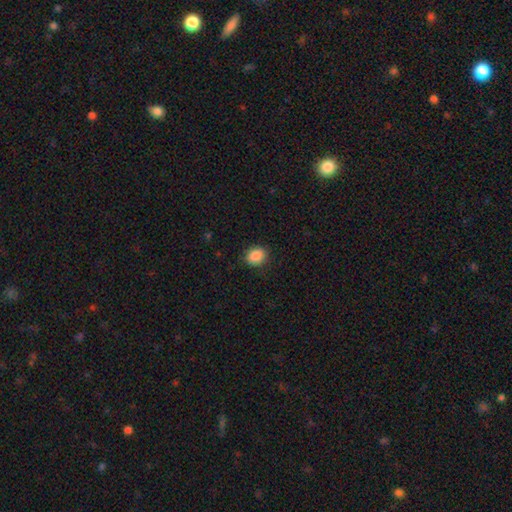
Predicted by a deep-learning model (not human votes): smooth-or-featured: smooth: 88% | star or artifact: 8% | featured or disk: 4%
  how-rounded: in between: 53% | round: 46% | cigar-shaped: 1%
  merging: none: 86% | minor disturbance: 11% | major disturbance: 3% | merger: 1%